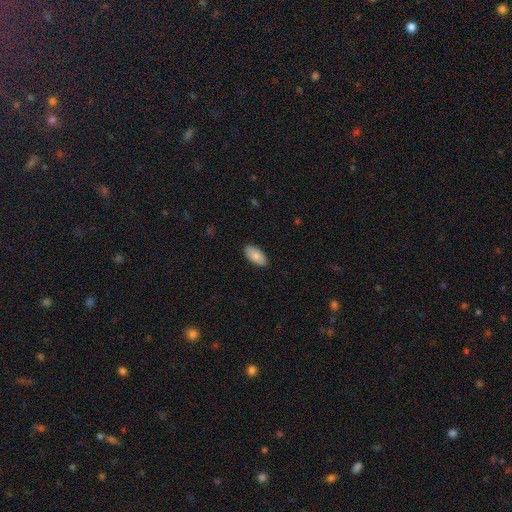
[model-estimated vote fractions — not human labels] smooth 83%, featured or disk 11%, star or artifact 6%. Down the decision tree: how rounded — in between (95%); merging — none (88%).